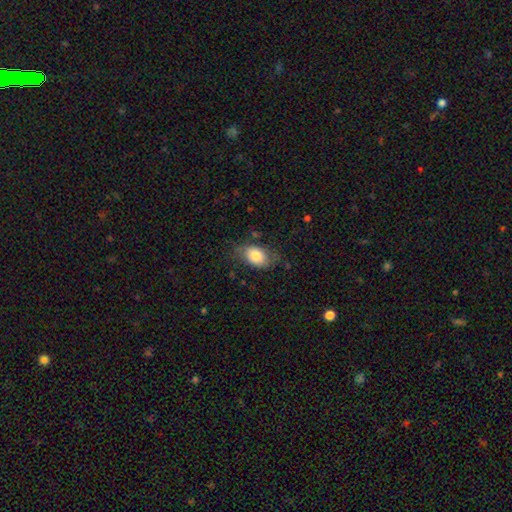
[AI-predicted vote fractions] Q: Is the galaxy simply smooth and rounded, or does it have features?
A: smooth — 80%.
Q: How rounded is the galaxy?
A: in between — 85%.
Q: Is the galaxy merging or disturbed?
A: none — 63%.